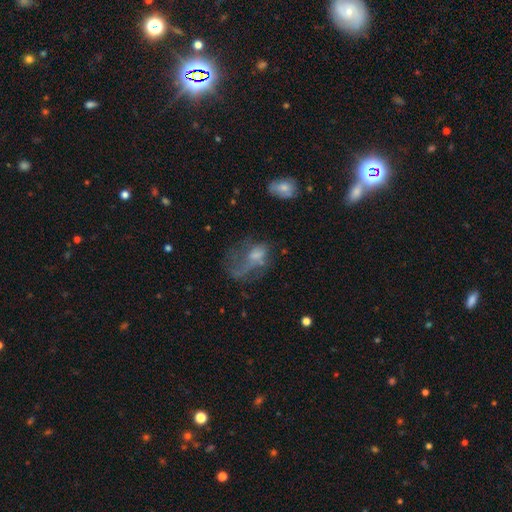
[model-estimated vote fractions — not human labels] Q: Smooth or featured?
A: featured or disk (48%); runner-up: smooth (34%)
Q: Merging?
A: major disturbance (48%); runner-up: none (29%)